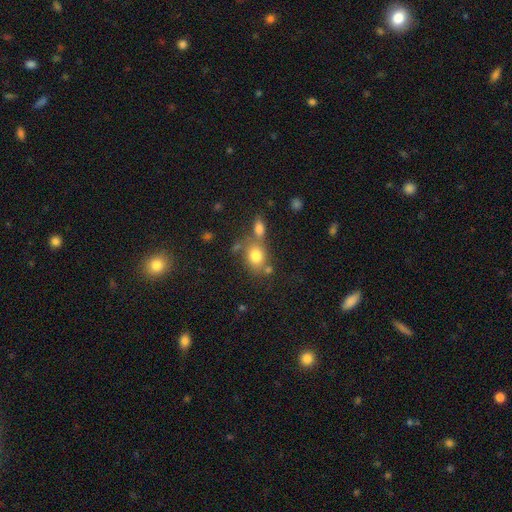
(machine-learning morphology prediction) type=smooth (78%); roundness=round (50%); merging=none (50%).